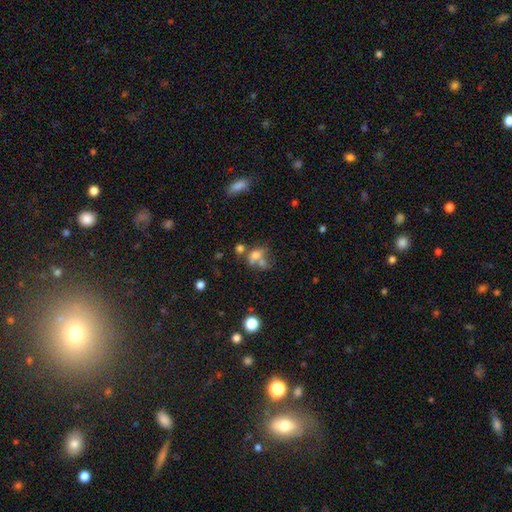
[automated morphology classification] Smooth or featured: smooth — 59% (featured or disk — 24%)
How rounded: in between — 55% (round — 40%)
Merging: merger — 47% (none — 30%)